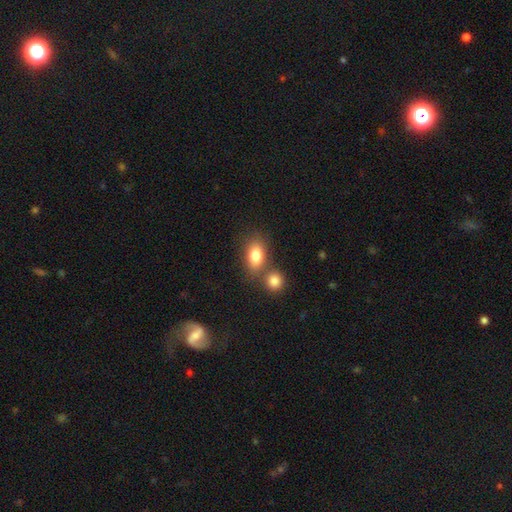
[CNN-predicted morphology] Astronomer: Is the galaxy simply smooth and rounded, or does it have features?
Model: smooth — 82%.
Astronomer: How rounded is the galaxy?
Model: in between — 84%.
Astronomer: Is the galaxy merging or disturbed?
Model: none — 53% (runner-up: merger, 32%).